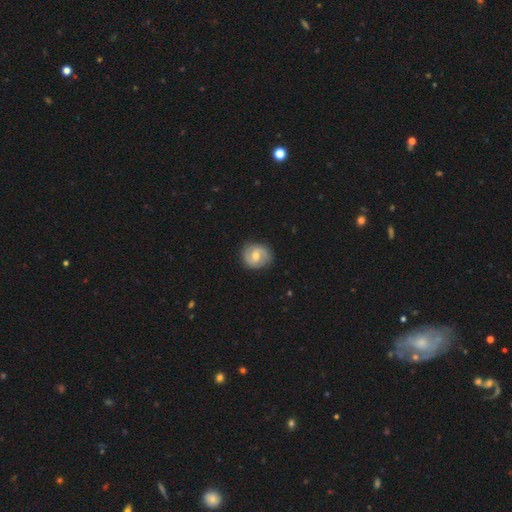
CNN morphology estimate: Smooth or featured? Predicted: featured or disk (p=0.69). Edge-on disk? Predicted: no (p=0.98). Bar? Predicted: weak (p=0.53). Spiral arms? Predicted: yes (p=0.90). Spiral winding? Predicted: medium (p=0.46). Spiral arm count? Predicted: 2 (p=0.87). Bulge size? Predicted: moderate (p=0.63). Merging? Predicted: none (p=0.84).